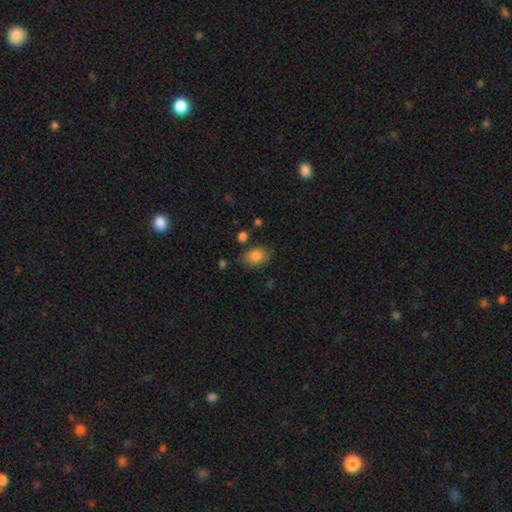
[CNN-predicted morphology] A smooth galaxy with no disk features (84%) that is in between round and cigar-shaped (79%).

Vote fractions:
- Smooth or featured? smooth: 84% / star or artifact: 8% / featured or disk: 8%
- How rounded? in between: 79% / round: 20% / cigar-shaped: 1%
- Merging? none: 75% / minor disturbance: 18% / major disturbance: 4% / merger: 3%